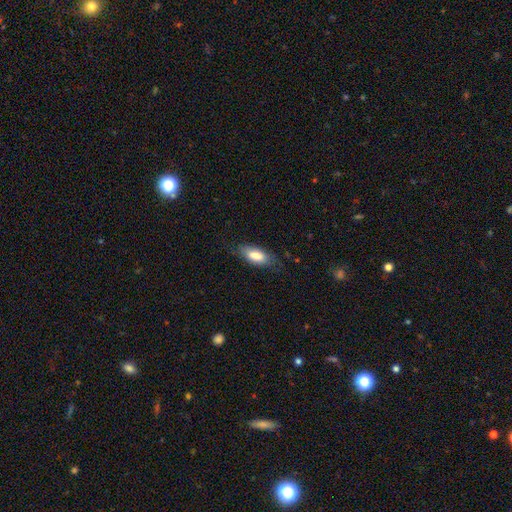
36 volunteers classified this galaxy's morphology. Smooth or featured?
  - smooth: 78% *
  - featured or disk: 17%
  - star or artifact: 6%
How rounded?
  - in between: 82% *
  - cigar-shaped: 11%
  - round: 7%
Merging?
  - none: 56% *
  - minor disturbance: 38%
  - major disturbance: 3%
  - merger: 3%